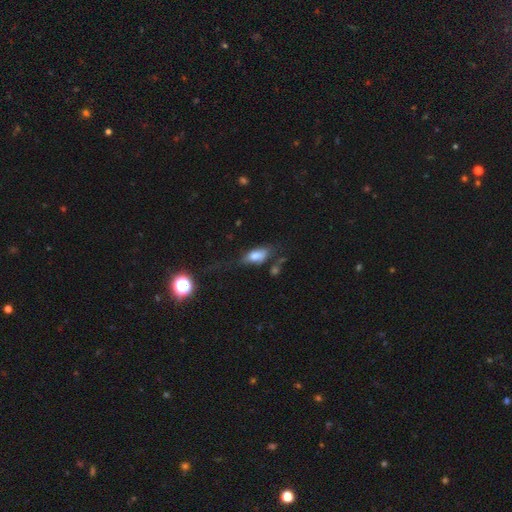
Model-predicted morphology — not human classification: smooth_or_featured: smooth (p=0.69) [alt: featured or disk p=0.22]
how_rounded: in between (p=0.85) [alt: cigar-shaped p=0.11]
merging: none (p=0.42) [alt: minor disturbance p=0.27]